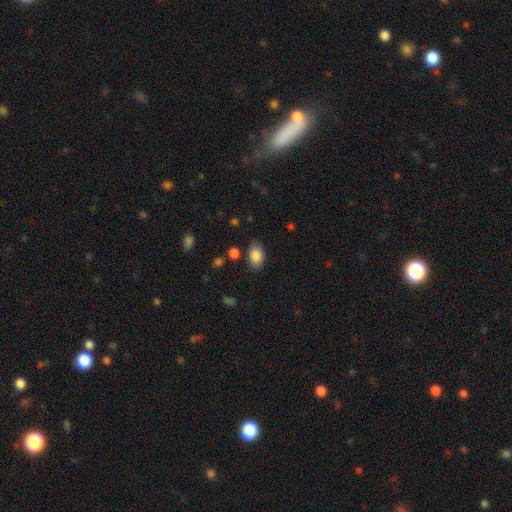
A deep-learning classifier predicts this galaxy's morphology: Overall: smooth (87%). How rounded: in between (87%). Merging: none (81%).